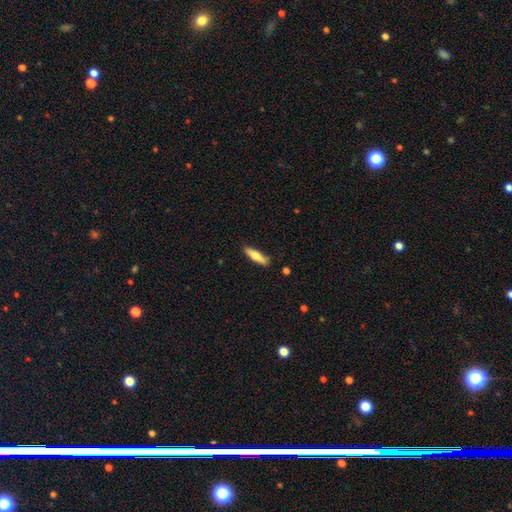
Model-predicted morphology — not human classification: The model was most divided on "smooth or featured": smooth: 65%, featured or disk: 30%, star or artifact: 6%. More confident: merging — none (85%); how rounded — cigar-shaped (68%).